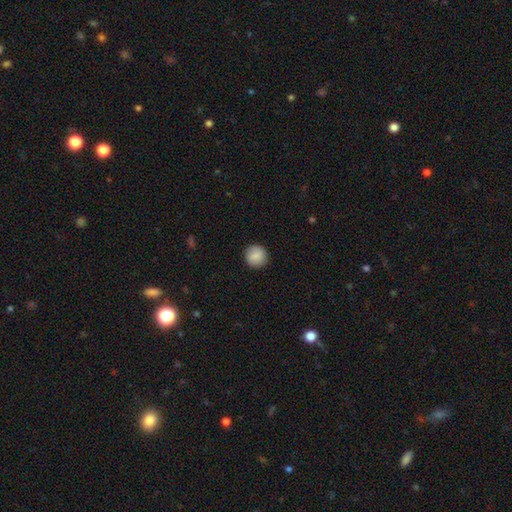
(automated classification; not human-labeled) Smooth or featured? smooth (88%)
How rounded? round (94%)
Merging? none (92%)